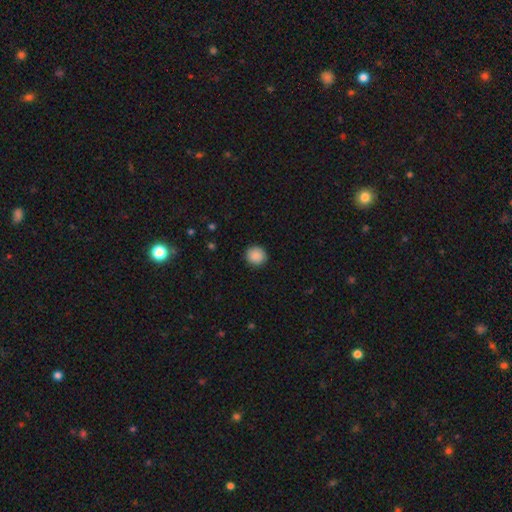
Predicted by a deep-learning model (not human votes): Q: Smooth or featured?
A: smooth (89%); runner-up: star or artifact (8%)
Q: How rounded?
A: round (91%); runner-up: in between (8%)
Q: Merging?
A: none (92%); runner-up: minor disturbance (6%)